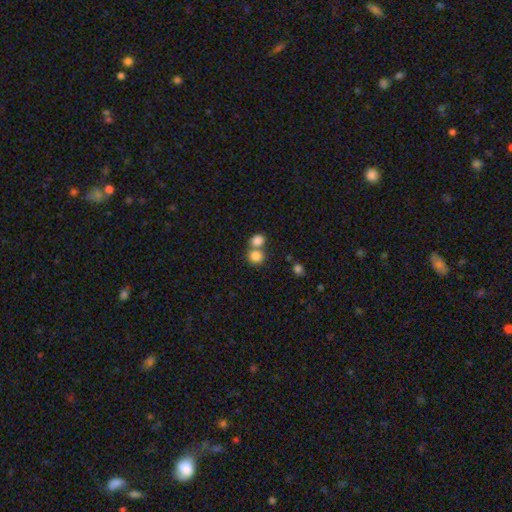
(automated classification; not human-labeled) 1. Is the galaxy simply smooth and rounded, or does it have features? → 83% smooth, 10% star or artifact, 7% featured or disk.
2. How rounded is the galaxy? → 75% round, 24% in between, 1% cigar-shaped.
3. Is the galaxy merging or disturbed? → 47% merger, 43% none, 7% minor disturbance, 3% major disturbance.